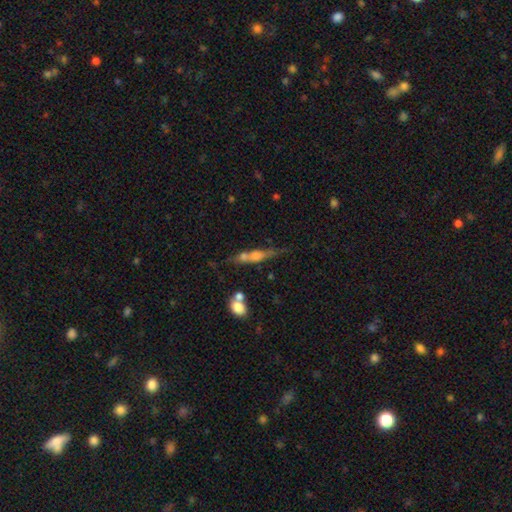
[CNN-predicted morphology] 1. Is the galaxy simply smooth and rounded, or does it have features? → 50% featured or disk, 40% smooth, 10% star or artifact.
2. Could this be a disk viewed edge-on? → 82% yes, 18% no.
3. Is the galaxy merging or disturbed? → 51% none, 21% merger, 19% minor disturbance, 9% major disturbance.